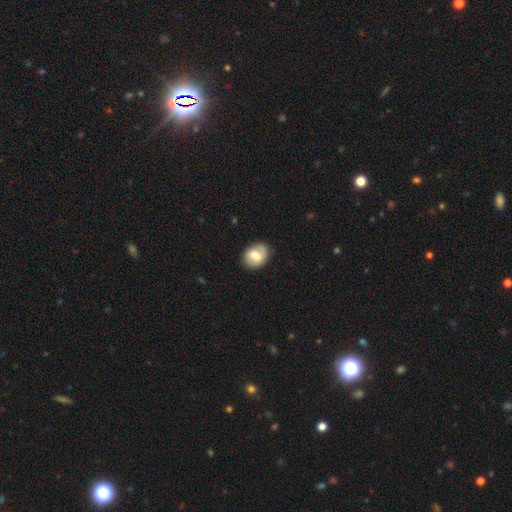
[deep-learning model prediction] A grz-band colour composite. It shows a smooth galaxy with no disk features (64%) that is in between round and cigar-shaped (61%). Merging: none (80%).